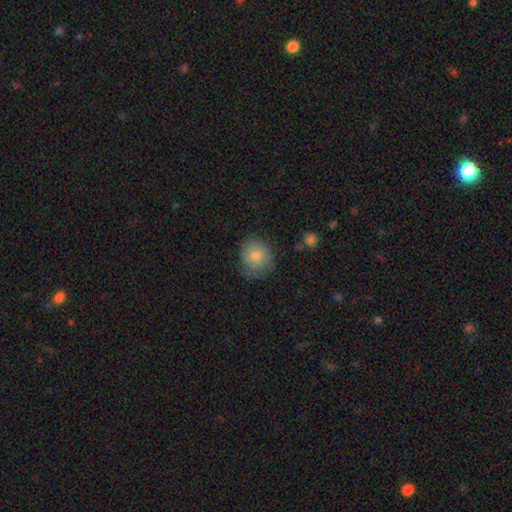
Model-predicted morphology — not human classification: The model was most divided on "merging": none: 67%, minor disturbance: 25%, major disturbance: 6%, merger: 1%. More confident: how rounded — round (79%); smooth or featured — smooth (74%).